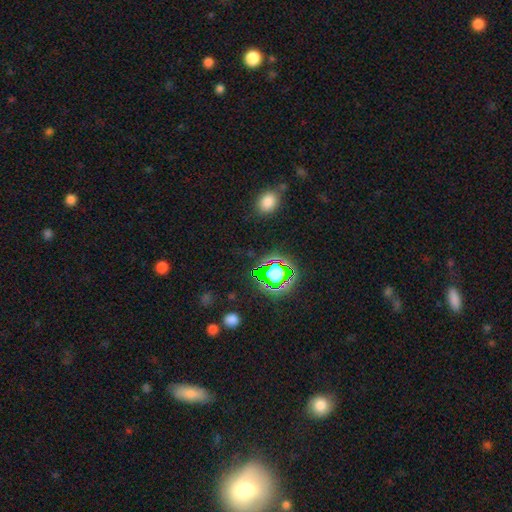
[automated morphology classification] smooth_or_featured: star or artifact (p=0.66) [alt: smooth p=0.25]